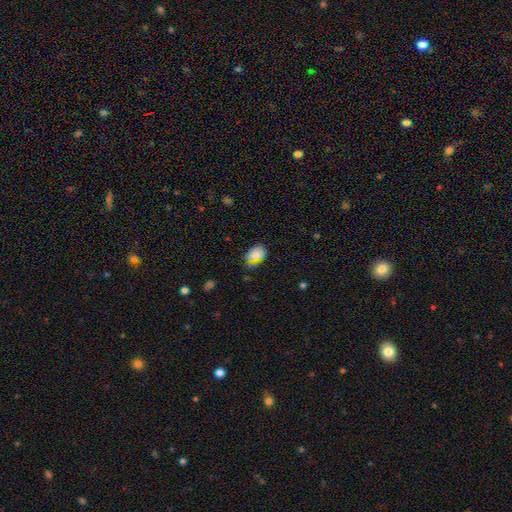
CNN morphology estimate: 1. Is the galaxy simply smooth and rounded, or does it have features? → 75% smooth, 12% star or artifact, 12% featured or disk.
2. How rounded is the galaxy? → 78% in between, 21% round, 1% cigar-shaped.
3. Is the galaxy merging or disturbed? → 64% none, 24% minor disturbance, 7% major disturbance, 5% merger.